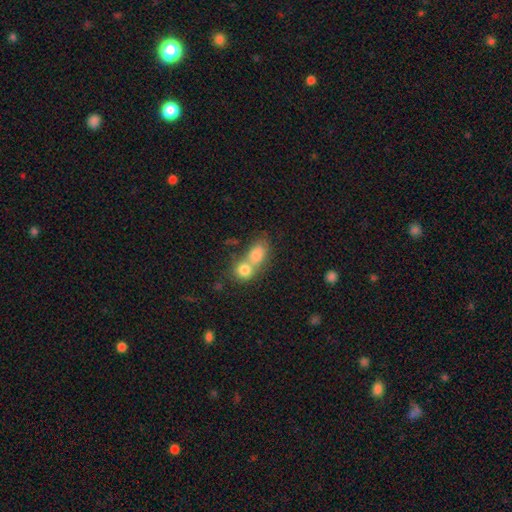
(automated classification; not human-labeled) This is likely a smooth galaxy (75%). How rounded: possibly in between (50%). Merging: likely merger (66%).